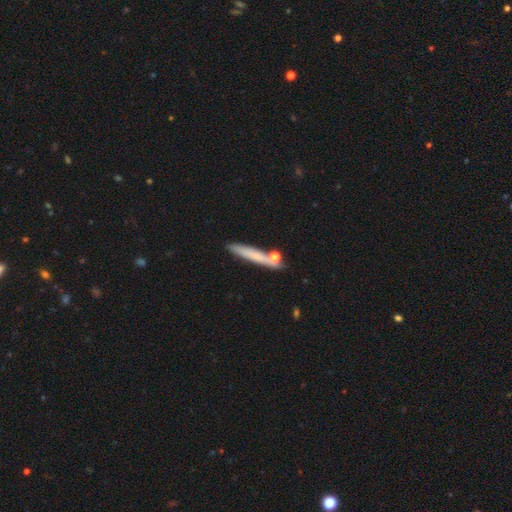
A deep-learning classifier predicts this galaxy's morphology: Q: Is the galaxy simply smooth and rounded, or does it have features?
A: smooth — 65%.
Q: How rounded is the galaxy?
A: cigar-shaped — 93%.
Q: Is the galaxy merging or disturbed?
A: none — 76%.